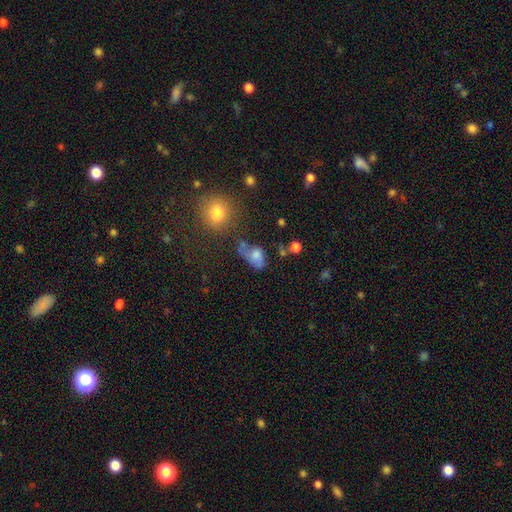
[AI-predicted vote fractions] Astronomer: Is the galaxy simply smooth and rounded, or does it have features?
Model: smooth — 66%.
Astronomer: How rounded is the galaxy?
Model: in between — 76%.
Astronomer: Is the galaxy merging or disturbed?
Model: none — 29% (runner-up: major disturbance, 27%).